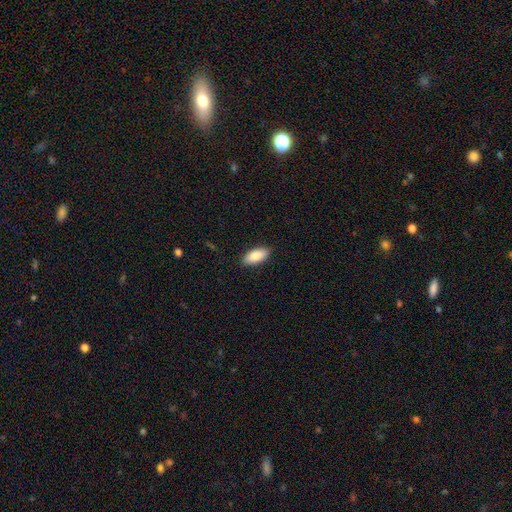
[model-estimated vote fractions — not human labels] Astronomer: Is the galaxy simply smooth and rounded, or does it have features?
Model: smooth — 87%.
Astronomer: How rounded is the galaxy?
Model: in between — 91%.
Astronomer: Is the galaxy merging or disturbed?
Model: none — 88%.